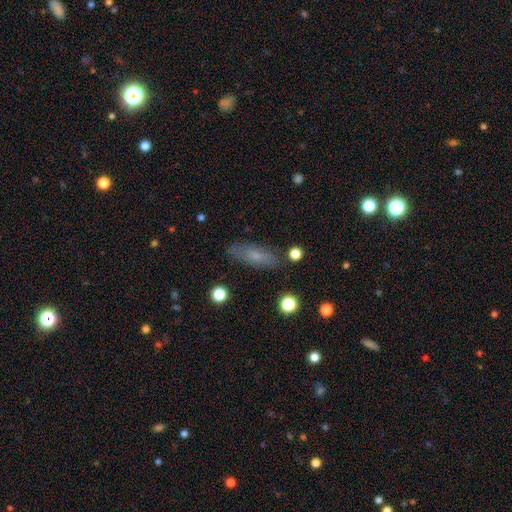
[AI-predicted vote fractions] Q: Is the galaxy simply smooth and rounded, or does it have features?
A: smooth — 65%.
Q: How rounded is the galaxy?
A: in between — 54%.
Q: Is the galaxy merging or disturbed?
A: none — 82%.